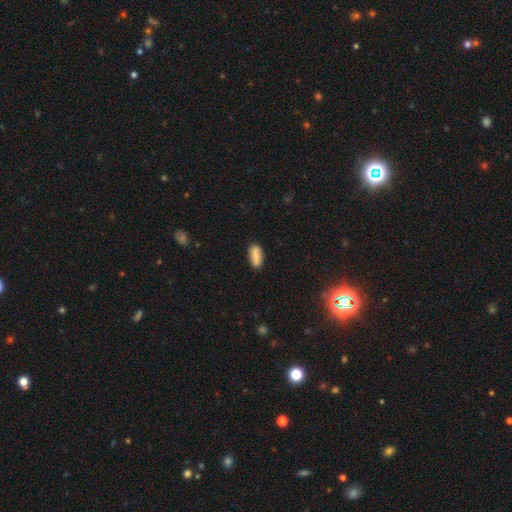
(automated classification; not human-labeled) smooth_or_featured: smooth (p=0.83) [alt: featured or disk p=0.10]
how_rounded: in between (p=0.77) [alt: cigar-shaped p=0.21]
merging: none (p=0.85) [alt: minor disturbance p=0.12]